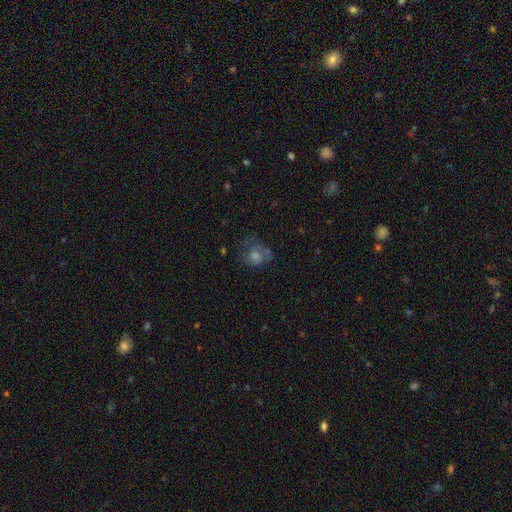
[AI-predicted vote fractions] Smooth or featured? Predicted: smooth (p=0.44). Merging? Predicted: none (p=0.49).